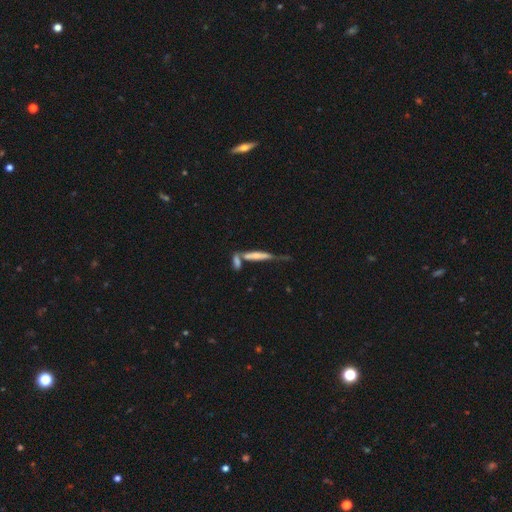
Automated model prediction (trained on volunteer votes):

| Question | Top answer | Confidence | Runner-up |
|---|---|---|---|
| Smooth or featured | smooth | 51% | featured or disk (40%) |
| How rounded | cigar-shaped | 85% | in between (13%) |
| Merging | merger | 40% | none (33%) |